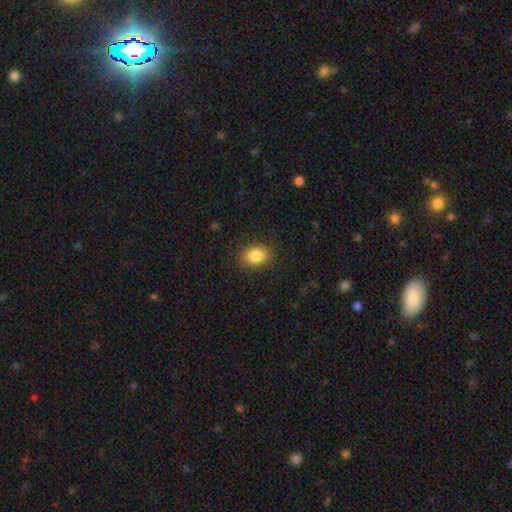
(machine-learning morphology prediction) The model was most divided on "how rounded": in between: 64%, round: 35%, cigar-shaped: 1%. More confident: merging — none (87%); smooth or featured — smooth (85%).